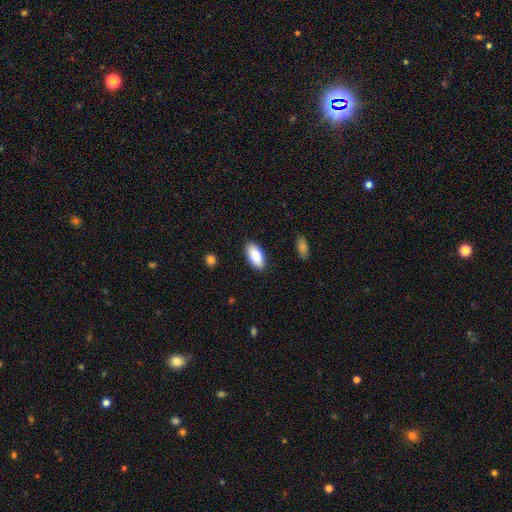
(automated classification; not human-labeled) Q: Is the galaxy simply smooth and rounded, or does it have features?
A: smooth — 85%.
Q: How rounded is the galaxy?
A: in between — 92%.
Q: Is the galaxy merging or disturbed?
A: none — 89%.